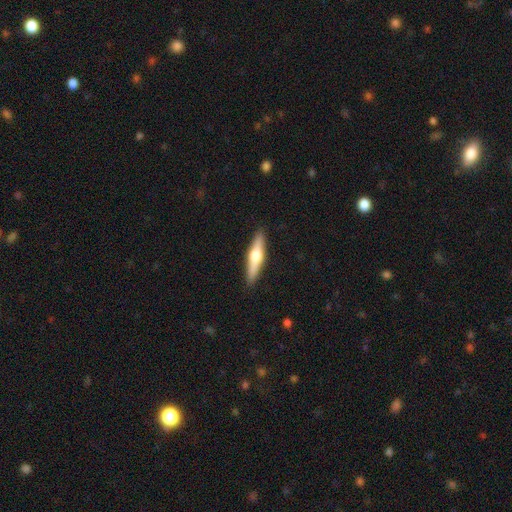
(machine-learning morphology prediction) type=featured or disk (56%); edge-on=yes (96%); edge-on bulge=rounded (94%); merging=none (90%).